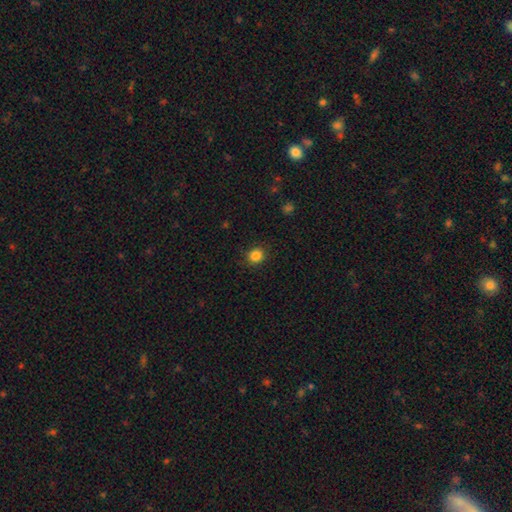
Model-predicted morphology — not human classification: smooth-or-featured: smooth: 85% | star or artifact: 11% | featured or disk: 4%
  how-rounded: round: 81% | in between: 18% | cigar-shaped: 1%
  merging: none: 88% | minor disturbance: 8% | major disturbance: 2% | merger: 1%